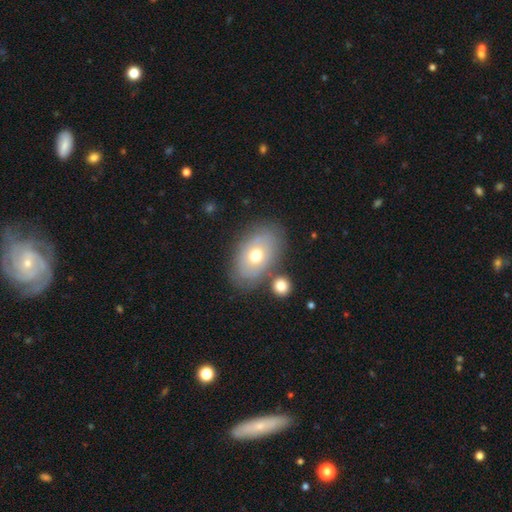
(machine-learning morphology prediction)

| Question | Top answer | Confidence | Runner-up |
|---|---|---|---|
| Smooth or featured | smooth | 61% | featured or disk (31%) |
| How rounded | in between | 87% | round (12%) |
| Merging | none | 70% | minor disturbance (14%) |